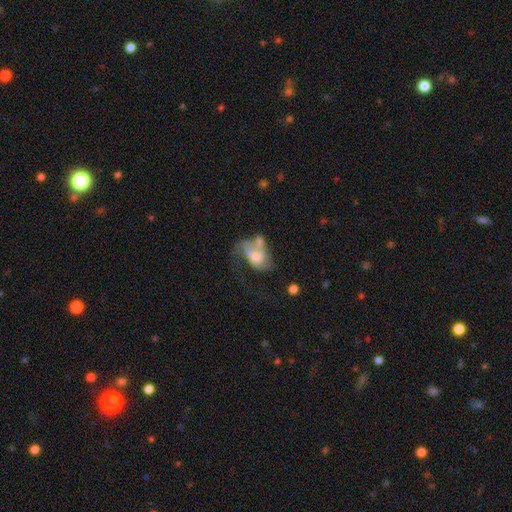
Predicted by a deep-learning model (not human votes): smooth_or_featured: featured or disk (p=0.56) [alt: smooth p=0.37]
disk_edge_on: no (p=0.97) [alt: yes p=0.03]
bar: no (p=0.69) [alt: weak p=0.26]
has_spiral_arms: yes (p=0.62) [alt: no p=0.38]
bulge_size: moderate (p=0.45) [alt: small p=0.28]
merging: major disturbance (p=0.40) [alt: merger p=0.25]